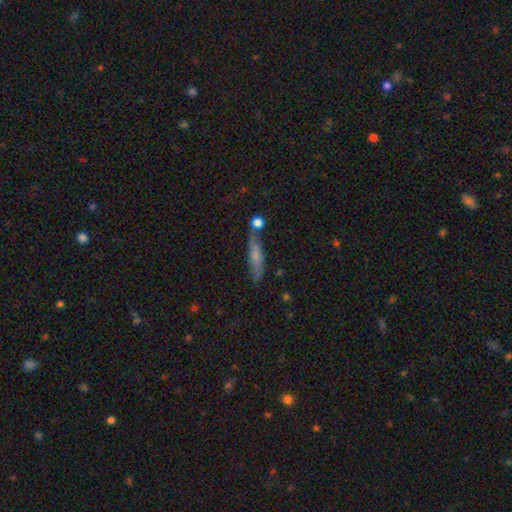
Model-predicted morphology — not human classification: This appears to be a smooth galaxy with no disk features (58%) that is cigar-shaped (78%). Merging: none (66%).